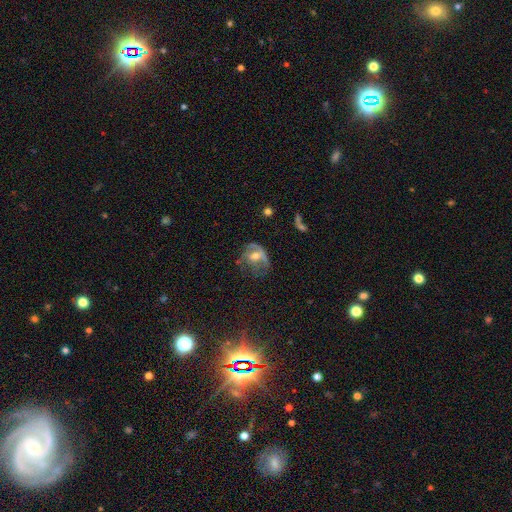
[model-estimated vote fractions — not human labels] Overall: featured or disk (55%; smooth 33%). Edge-on disk: no (96%). Bar: no (67%). Spiral arms: no (54%; yes 46%). Bulge size: moderate (63%; small 25%). Merging: major disturbance (41%; none 32%).